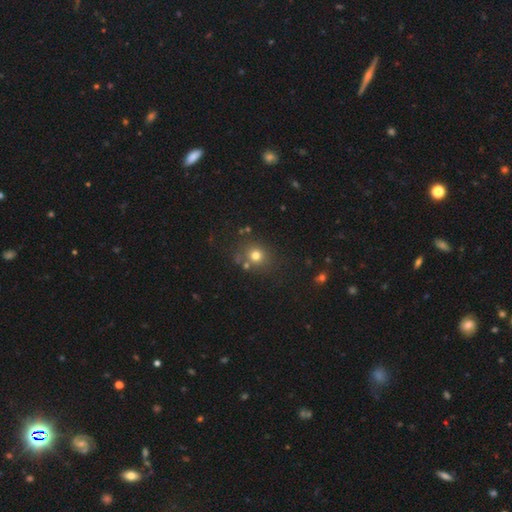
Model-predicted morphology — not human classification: This is likely a smooth galaxy (73%). How rounded: clearly round (83%). Merging: likely none (76%).